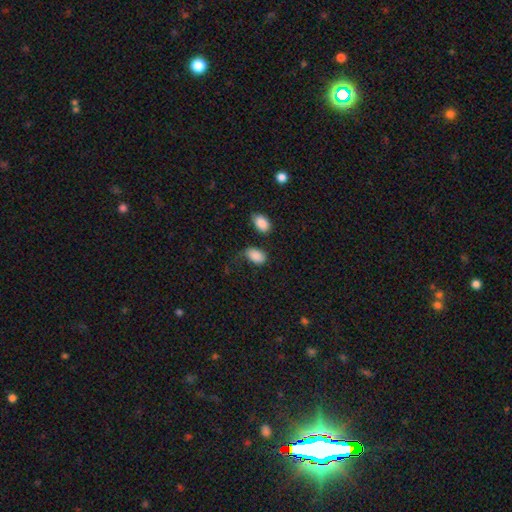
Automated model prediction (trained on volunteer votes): smooth 87%, star or artifact 8%, featured or disk 5%. Down the decision tree: how rounded — in between (88%); merging — none (52%).